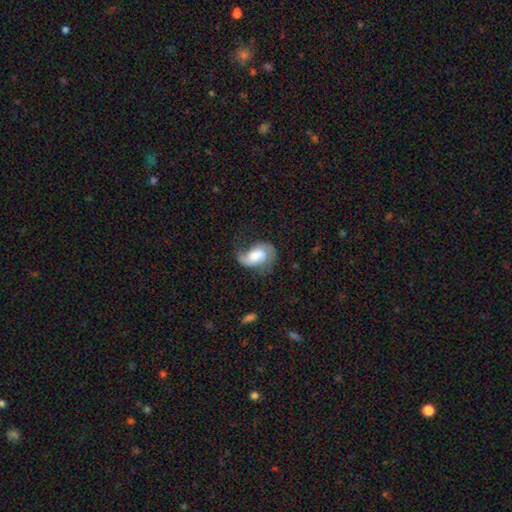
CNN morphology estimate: A featured or disk galaxy (62%) with a weak bar (43%), 2 (76%) loose (46%) spiral arms (89%) and a moderate central bulge (44%).

Vote fractions:
- Smooth or featured? featured or disk: 62% / smooth: 30% / star or artifact: 7%
- Edge-on disk? no: 96% / yes: 4%
- Bar? weak: 43% / no: 38% / strong: 18%
- Spiral arms? yes: 89% / no: 11%
- Spiral winding? loose: 46% / medium: 39% / tight: 15%
- Spiral arm count? 2: 76% / 1: 13% / can't tell: 7% / 3: 1% / 4: 1% / more than 4: 1%
- Bulge size? moderate: 44% / large: 25% / small: 19% / none: 7% / dominant: 4%
- Merging? none: 47% / minor disturbance: 27% / major disturbance: 24% / merger: 2%